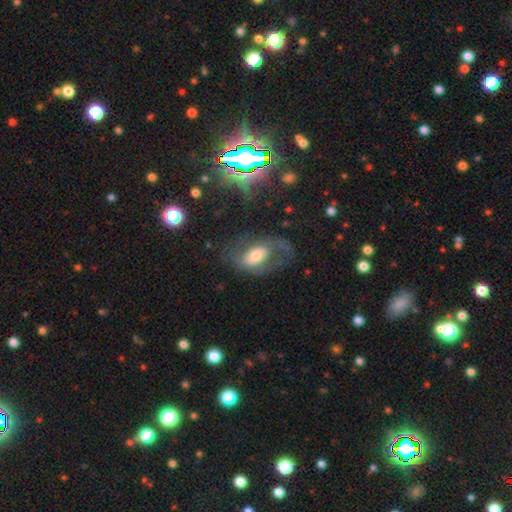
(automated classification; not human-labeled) Morphology: type=featured or disk (54%); edge-on=no (94%); bar=no (56%); spiral arms=yes (63%); bulge=moderate (55%); merging=none (46%).